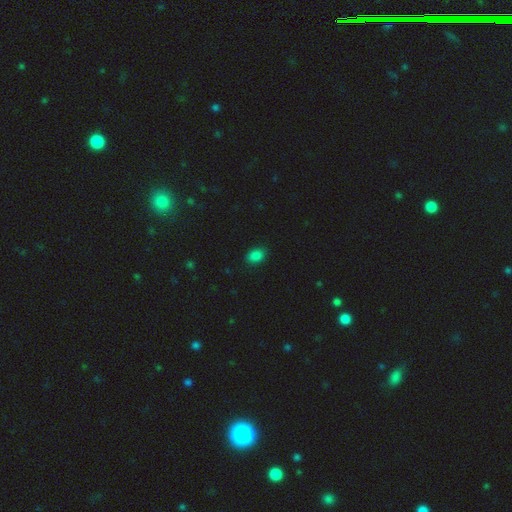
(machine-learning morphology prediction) smooth_or_featured: smooth (p=0.85) [alt: star or artifact p=0.12]
how_rounded: in between (p=0.75) [alt: round p=0.24]
merging: none (p=0.87) [alt: minor disturbance p=0.10]